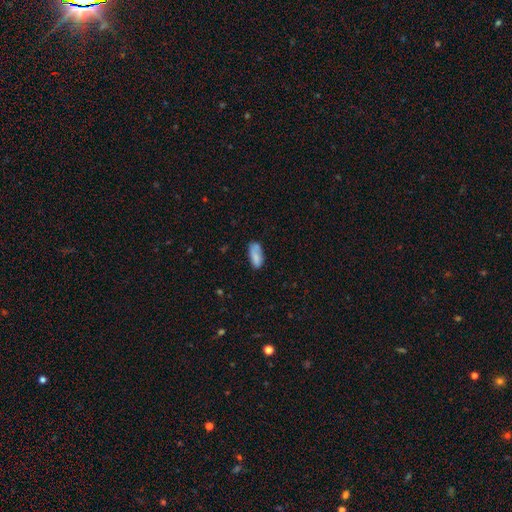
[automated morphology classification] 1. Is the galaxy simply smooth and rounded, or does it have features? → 80% smooth, 12% featured or disk, 8% star or artifact.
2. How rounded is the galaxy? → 84% in between, 14% cigar-shaped, 2% round.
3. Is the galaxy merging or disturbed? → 60% none, 24% minor disturbance, 8% merger, 7% major disturbance.